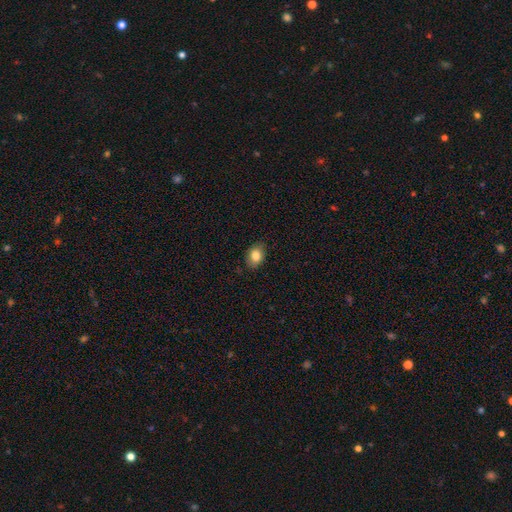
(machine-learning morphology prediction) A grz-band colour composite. It shows a smooth galaxy with no disk features (83%) that is in between round and cigar-shaped (77%). Merging: none (84%).